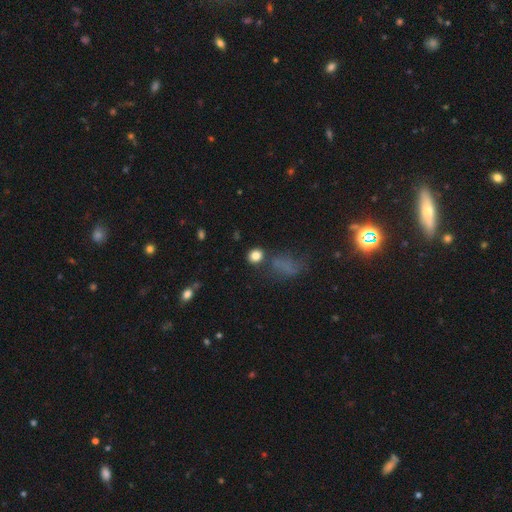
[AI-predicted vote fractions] smooth 82%, star or artifact 12%, featured or disk 6%. Down the decision tree: how rounded — round (76%); merging — none (74%).